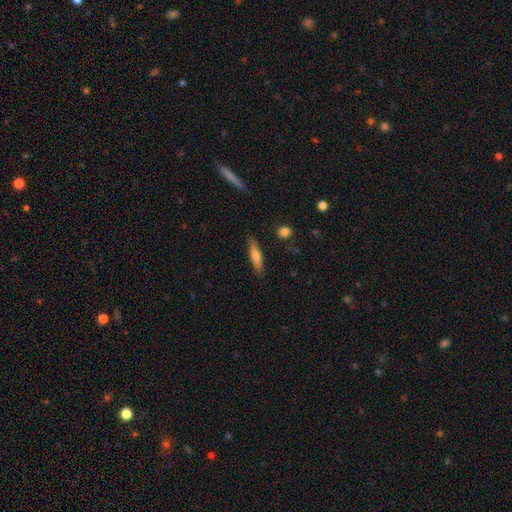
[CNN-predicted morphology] Smooth or featured? Predicted: smooth (p=0.67). How rounded? Predicted: cigar-shaped (p=0.72). Merging? Predicted: none (p=0.85).